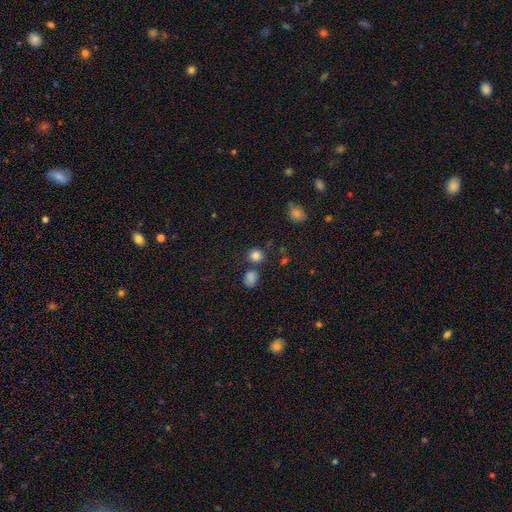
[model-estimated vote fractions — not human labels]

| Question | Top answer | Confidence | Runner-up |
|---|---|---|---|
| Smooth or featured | smooth | 82% | star or artifact (13%) |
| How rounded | round | 79% | in between (20%) |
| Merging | none | 74% | merger (13%) |